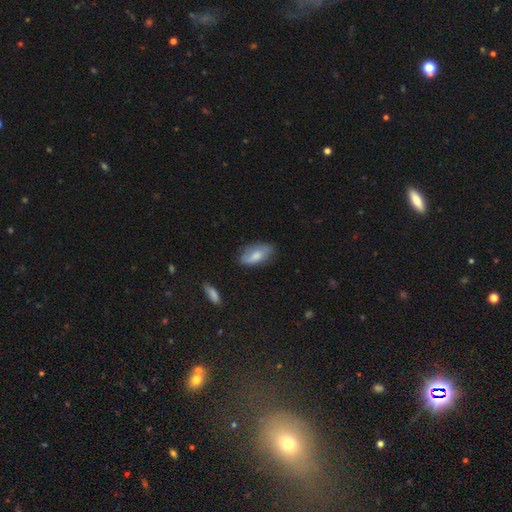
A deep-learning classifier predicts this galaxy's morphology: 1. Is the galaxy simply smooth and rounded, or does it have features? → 75% smooth, 19% featured or disk, 6% star or artifact.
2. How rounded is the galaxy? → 91% in between, 6% cigar-shaped, 3% round.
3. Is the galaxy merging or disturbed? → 68% none, 25% minor disturbance, 5% major disturbance, 2% merger.